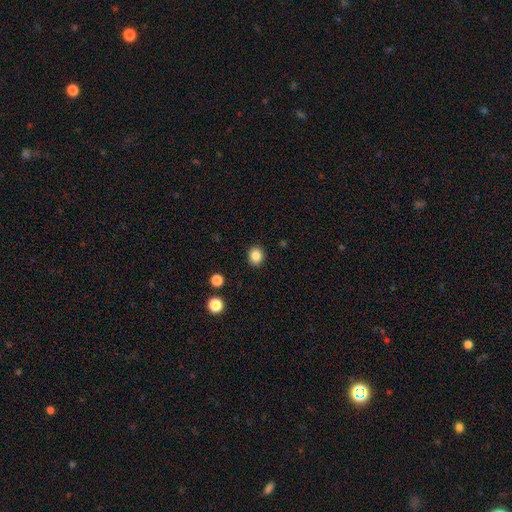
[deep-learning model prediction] smooth-or-featured: smooth: 85% | star or artifact: 10% | featured or disk: 4%
  how-rounded: round: 70% | in between: 30% | cigar-shaped: 1%
  merging: none: 90% | minor disturbance: 7% | major disturbance: 2% | merger: 1%